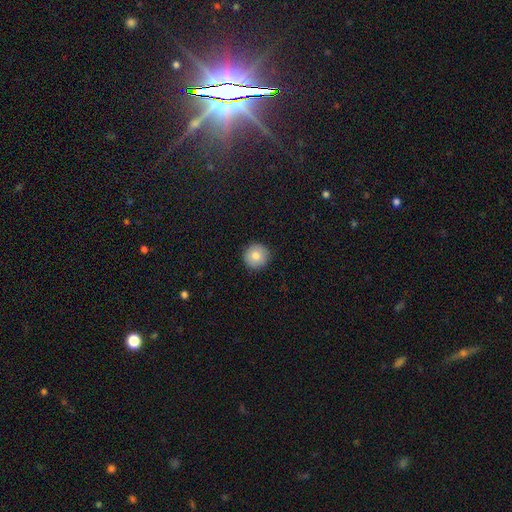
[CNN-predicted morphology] Smooth or featured: smooth — 80% (featured or disk — 11%)
How rounded: round — 95% (in between — 4%)
Merging: none — 92% (minor disturbance — 5%)